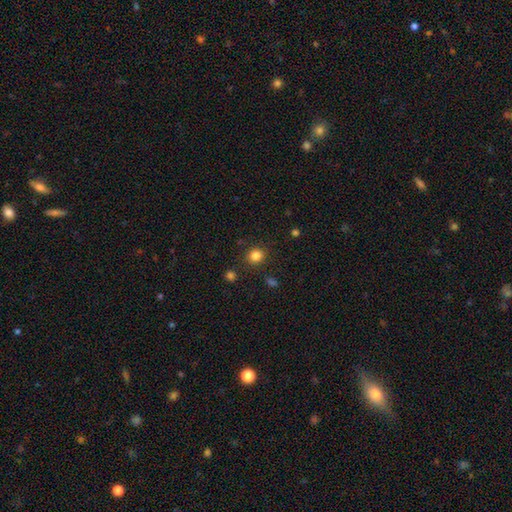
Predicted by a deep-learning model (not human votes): A smooth galaxy with no disk features (83%) that is round (84%). Merging: none (87%).